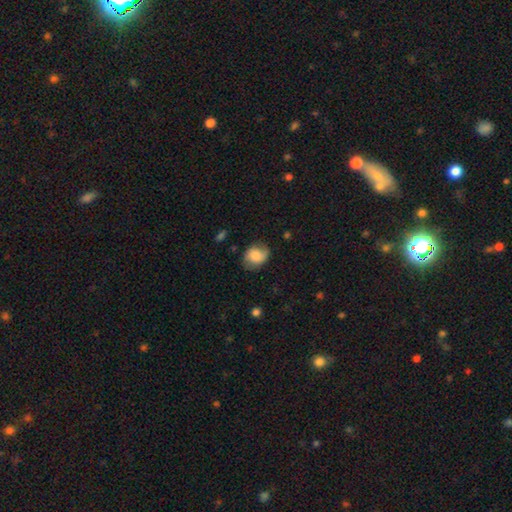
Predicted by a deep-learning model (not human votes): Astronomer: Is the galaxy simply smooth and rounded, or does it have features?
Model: smooth — 65%.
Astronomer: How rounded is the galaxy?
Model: round — 56% (runner-up: in between, 43%).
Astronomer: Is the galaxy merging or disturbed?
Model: none — 63%.